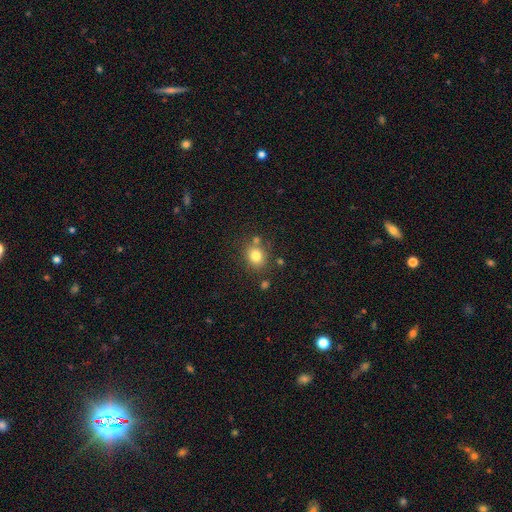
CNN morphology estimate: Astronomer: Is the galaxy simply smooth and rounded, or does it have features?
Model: smooth — 79%.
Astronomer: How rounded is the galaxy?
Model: round — 70%.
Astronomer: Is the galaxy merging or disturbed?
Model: none — 74%.